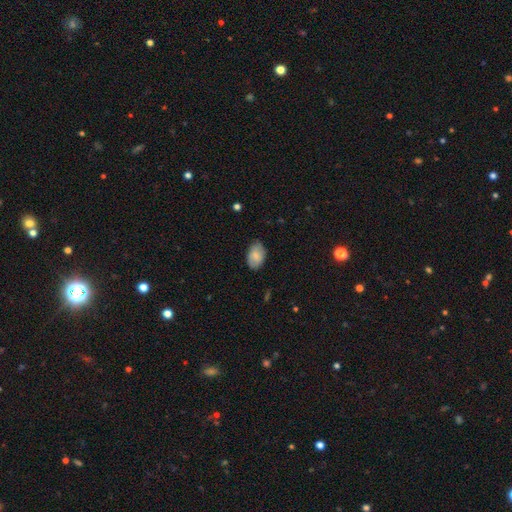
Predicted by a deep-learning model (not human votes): Overall: smooth (79%). How rounded: in between (90%). Merging: none (77%).